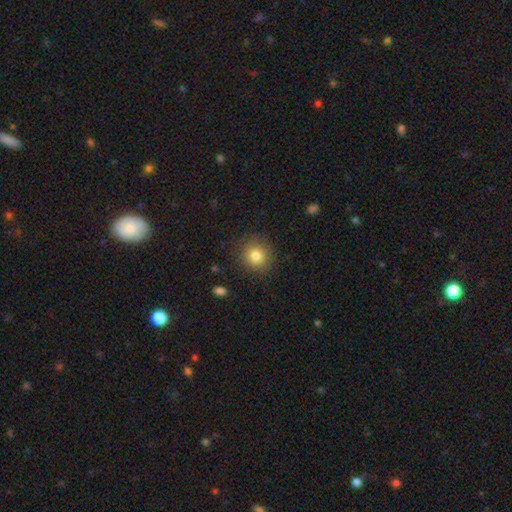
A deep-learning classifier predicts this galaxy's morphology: Smooth or featured: smooth — 82% (star or artifact — 11%)
How rounded: round — 90% (in between — 9%)
Merging: none — 86% (minor disturbance — 9%)